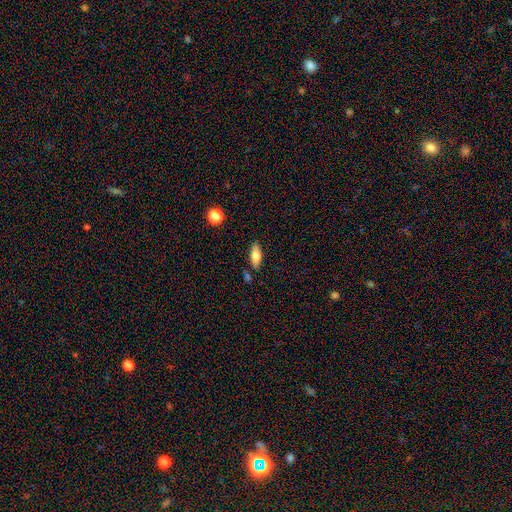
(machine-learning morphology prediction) smooth-or-featured: smooth: 74% | featured or disk: 19% | star or artifact: 7%
  how-rounded: in between: 76% | cigar-shaped: 21% | round: 3%
  merging: none: 81% | minor disturbance: 12% | merger: 4% | major disturbance: 3%